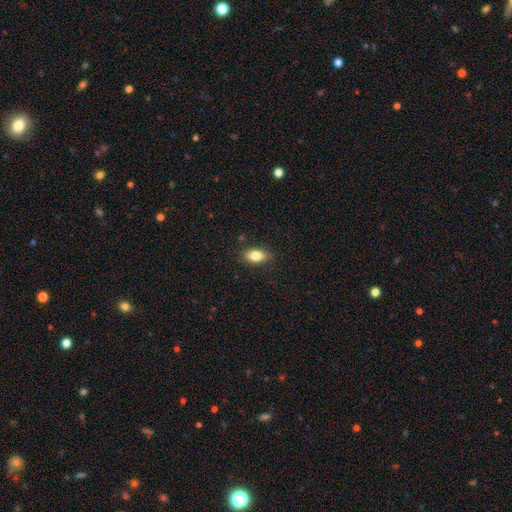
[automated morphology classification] smooth_or_featured: smooth (p=0.82) [alt: featured or disk p=0.10]
how_rounded: in between (p=0.86) [alt: cigar-shaped p=0.07]
merging: none (p=0.85) [alt: minor disturbance p=0.12]